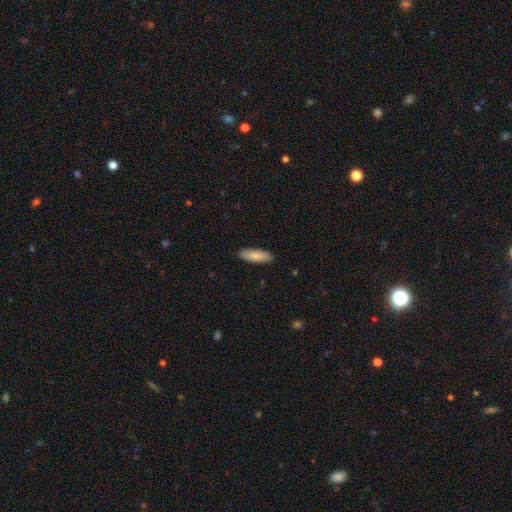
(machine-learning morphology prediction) Q: Smooth or featured?
A: smooth (85%); runner-up: featured or disk (9%)
Q: How rounded?
A: in between (53%); runner-up: cigar-shaped (45%)
Q: Merging?
A: none (90%); runner-up: minor disturbance (8%)